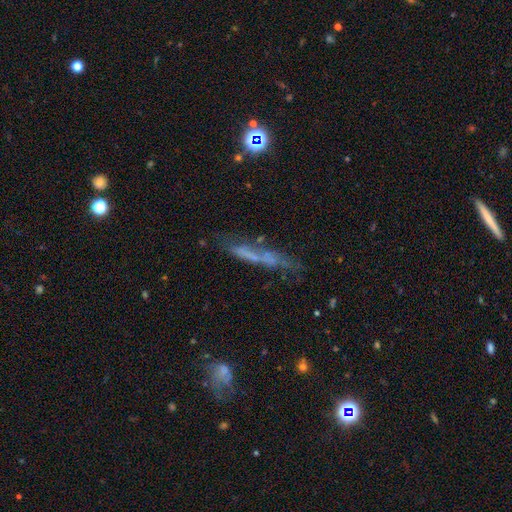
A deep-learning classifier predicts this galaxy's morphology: Q: Smooth or featured?
A: featured or disk (43%); runner-up: smooth (37%)
Q: Merging?
A: none (55%); runner-up: minor disturbance (22%)